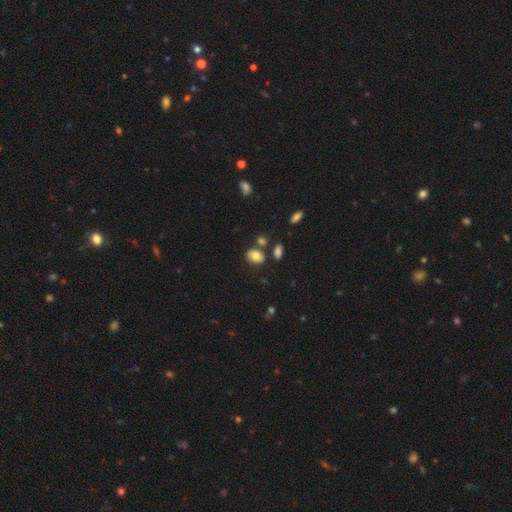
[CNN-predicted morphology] smooth_or_featured: smooth (p=0.79) [alt: featured or disk p=0.11]
how_rounded: in between (p=0.77) [alt: round p=0.21]
merging: none (p=0.68) [alt: minor disturbance p=0.14]